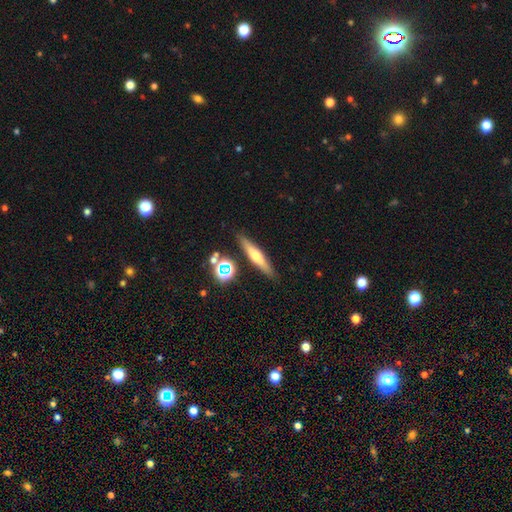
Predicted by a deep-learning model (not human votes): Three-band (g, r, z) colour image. It shows a featured or disk galaxy (45%). Merging: none (85%).